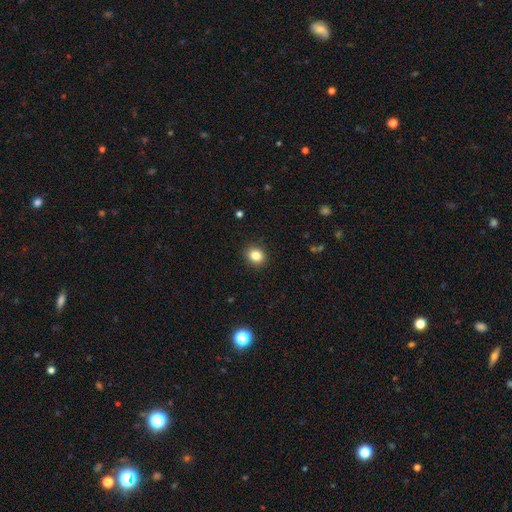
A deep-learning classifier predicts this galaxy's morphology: The model was most divided on "how rounded": round: 67%, in between: 33%, cigar-shaped: 1%. More confident: merging — none (90%); smooth or featured — smooth (84%).